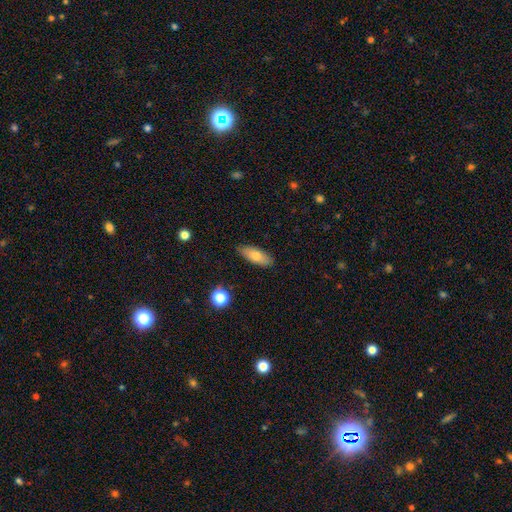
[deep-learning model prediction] A smooth galaxy with no disk features (75%) that is in between round and cigar-shaped (73%).

Vote fractions:
- Smooth or featured? smooth: 75% / featured or disk: 18% / star or artifact: 7%
- How rounded? in between: 73% / cigar-shaped: 24% / round: 3%
- Merging? none: 85% / minor disturbance: 12% / major disturbance: 2% / merger: 1%